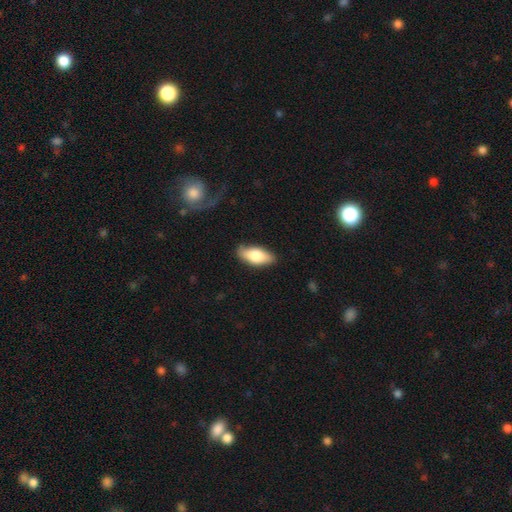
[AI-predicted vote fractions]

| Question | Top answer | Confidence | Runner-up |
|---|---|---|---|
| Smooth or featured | smooth | 73% | featured or disk (21%) |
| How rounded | in between | 83% | cigar-shaped (14%) |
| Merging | none | 82% | minor disturbance (14%) |